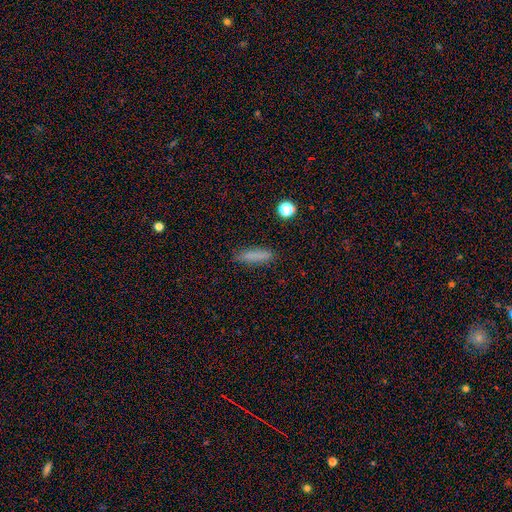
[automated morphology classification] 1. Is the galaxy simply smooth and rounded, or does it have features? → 81% smooth, 9% star or artifact, 9% featured or disk.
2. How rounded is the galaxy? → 76% cigar-shaped, 22% in between, 2% round.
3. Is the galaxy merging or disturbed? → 86% none, 10% minor disturbance, 2% major disturbance, 2% merger.